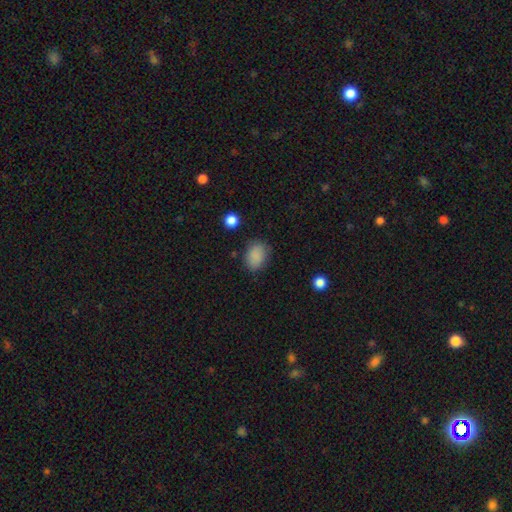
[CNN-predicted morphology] smooth-or-featured: smooth: 86% | star or artifact: 9% | featured or disk: 5%
  how-rounded: in between: 75% | round: 24% | cigar-shaped: 1%
  merging: none: 77% | minor disturbance: 17% | major disturbance: 4% | merger: 2%